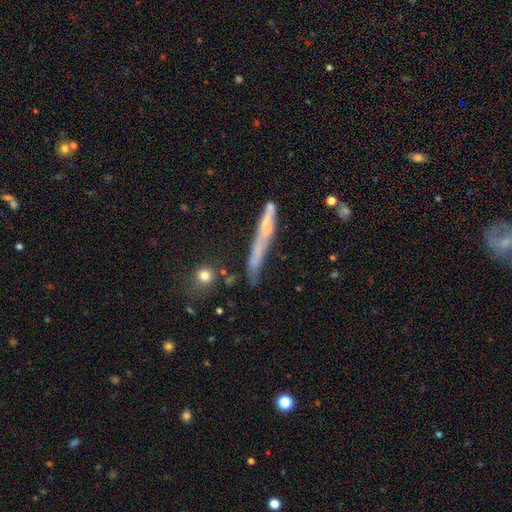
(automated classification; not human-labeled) The model was most divided on "smooth or featured": smooth: 47%, featured or disk: 44%, star or artifact: 9%. Remaining: merging — none (43%).